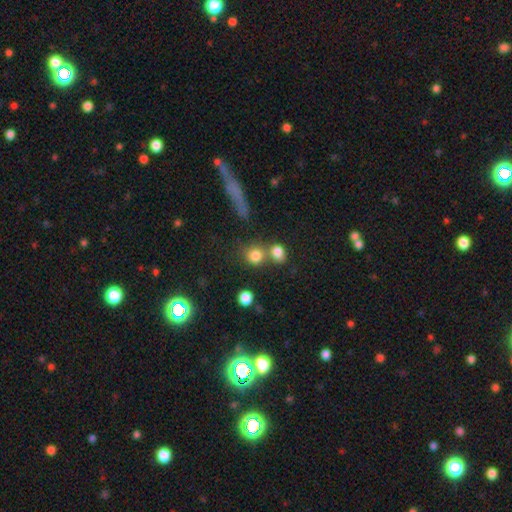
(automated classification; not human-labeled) The model was most divided on "merging": none: 53%, merger: 33%, minor disturbance: 9%, major disturbance: 5%. More confident: how rounded — round (82%); smooth or featured — smooth (80%).